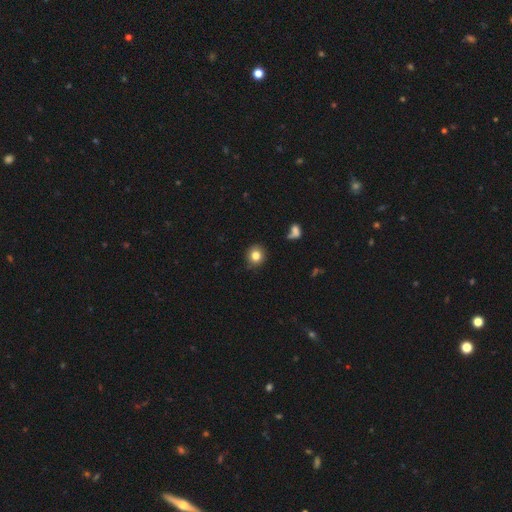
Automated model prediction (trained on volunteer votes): The model was most divided on "smooth or featured": smooth: 82%, star or artifact: 11%, featured or disk: 7%. More confident: how rounded — round (88%); merging — none (87%).